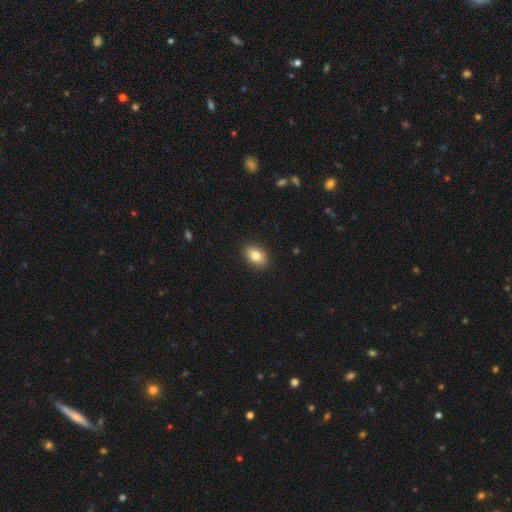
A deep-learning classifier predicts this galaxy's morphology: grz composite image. It shows a smooth galaxy with no disk features (82%) that is in between round and cigar-shaped (80%). Merging: none (89%).